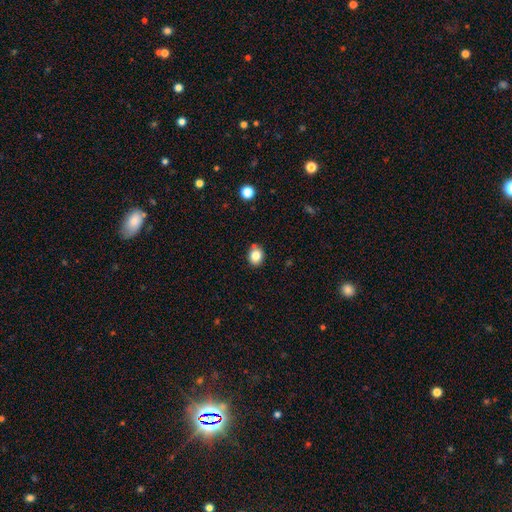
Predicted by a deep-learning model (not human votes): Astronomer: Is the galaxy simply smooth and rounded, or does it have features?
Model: smooth — 83%.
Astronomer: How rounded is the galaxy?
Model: round — 55% (runner-up: in between, 44%).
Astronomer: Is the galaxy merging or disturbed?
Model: none — 81%.